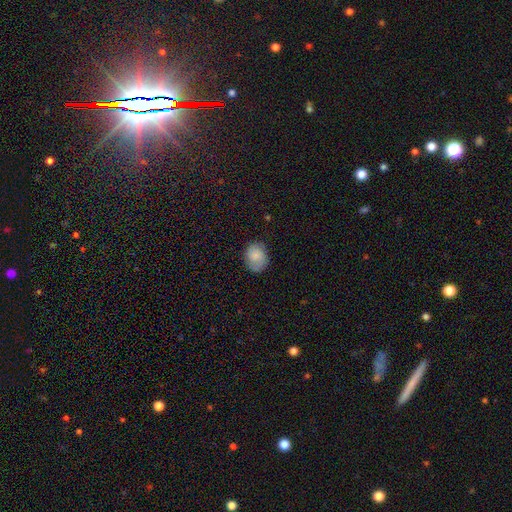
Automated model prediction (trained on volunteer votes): Smooth or featured? Predicted: smooth (p=0.75). How rounded? Predicted: in between (p=0.55). Merging? Predicted: none (p=0.73).